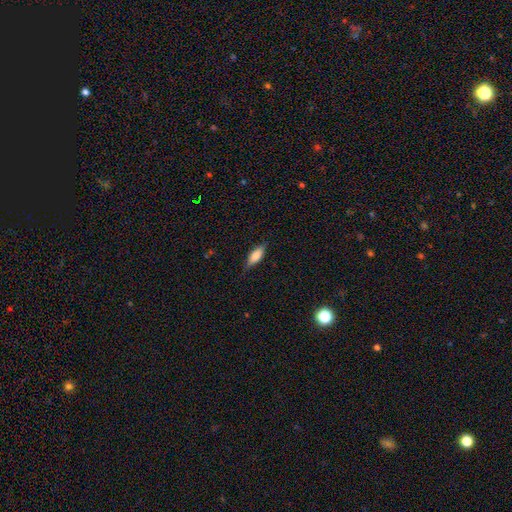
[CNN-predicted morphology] Smooth or featured? Predicted: smooth (p=0.68). How rounded? Predicted: in between (p=0.66). Merging? Predicted: none (p=0.78).